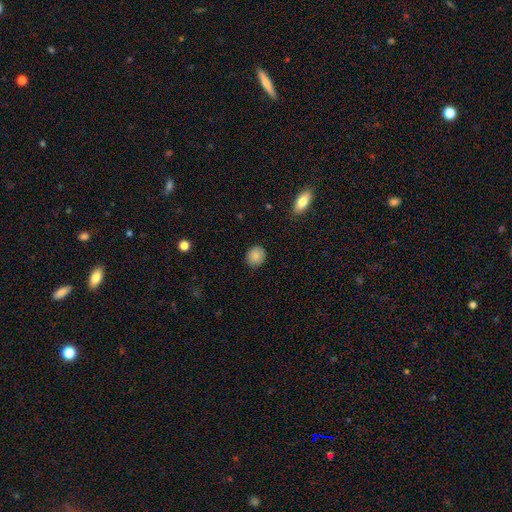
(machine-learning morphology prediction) A smooth galaxy with no disk features (86%) that is round (78%).

Vote fractions:
- Smooth or featured? smooth: 86% / star or artifact: 8% / featured or disk: 5%
- How rounded? round: 78% / in between: 21% / cigar-shaped: 1%
- Merging? none: 87% / minor disturbance: 9% / major disturbance: 2% / merger: 1%